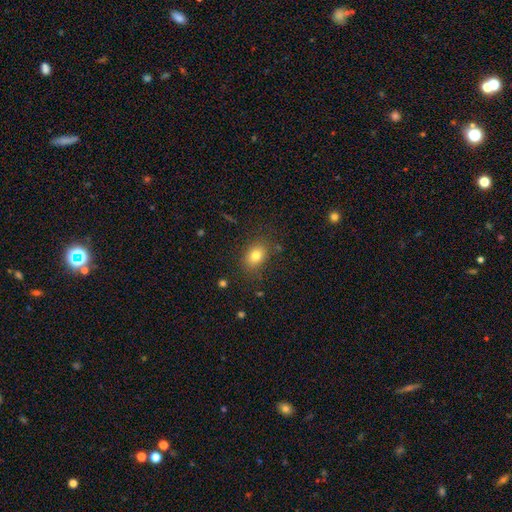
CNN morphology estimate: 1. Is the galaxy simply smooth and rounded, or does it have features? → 79% smooth, 11% star or artifact, 10% featured or disk.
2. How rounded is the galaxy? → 68% in between, 31% round, 1% cigar-shaped.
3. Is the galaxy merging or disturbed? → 81% none, 13% minor disturbance, 4% major disturbance, 2% merger.